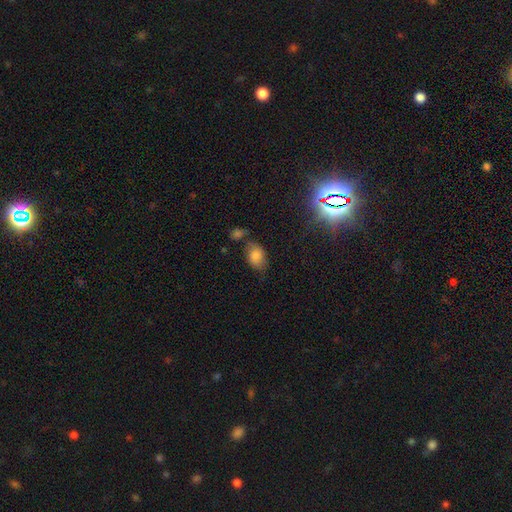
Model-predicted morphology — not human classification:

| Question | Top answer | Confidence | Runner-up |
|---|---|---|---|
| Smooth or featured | smooth | 76% | star or artifact (12%) |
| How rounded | in between | 84% | round (14%) |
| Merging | none | 55% | minor disturbance (24%) |